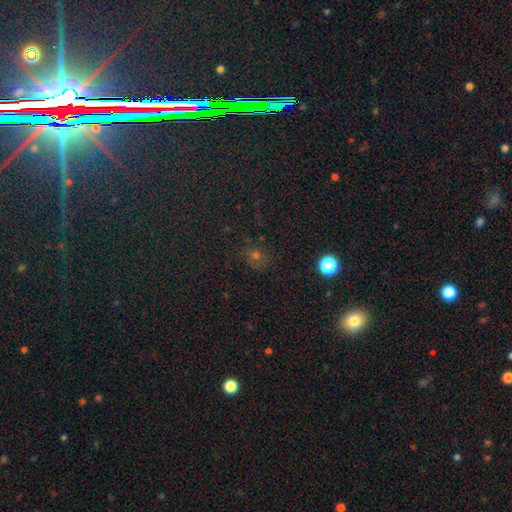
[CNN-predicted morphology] Overall: smooth (49%; star or artifact 40%). Merging: none (78%).